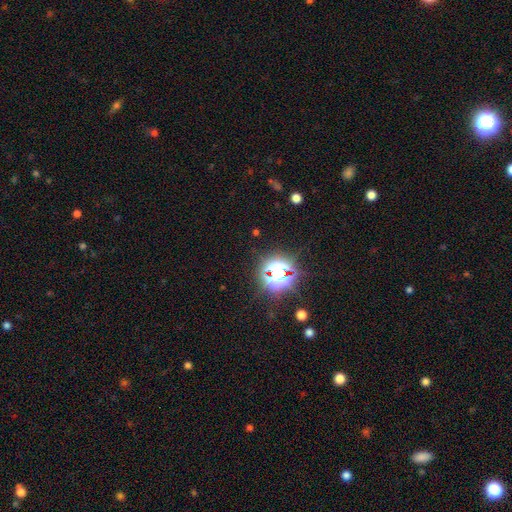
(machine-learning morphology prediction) type=star or artifact (83%).